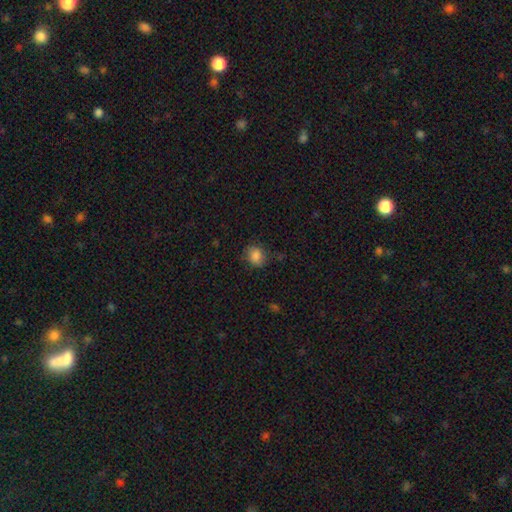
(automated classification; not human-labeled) A smooth galaxy with no disk features (84%) that is round (64%). Merging: none (73%).